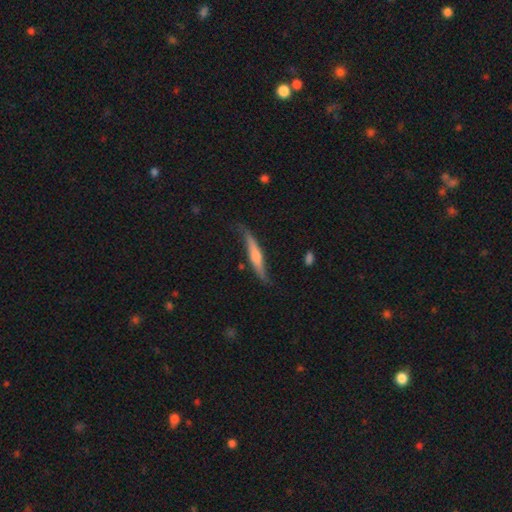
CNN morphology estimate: A featured or disk galaxy (66%) viewed edge-on (82%) with a rounded central bulge (74%). Merging: none (67%).